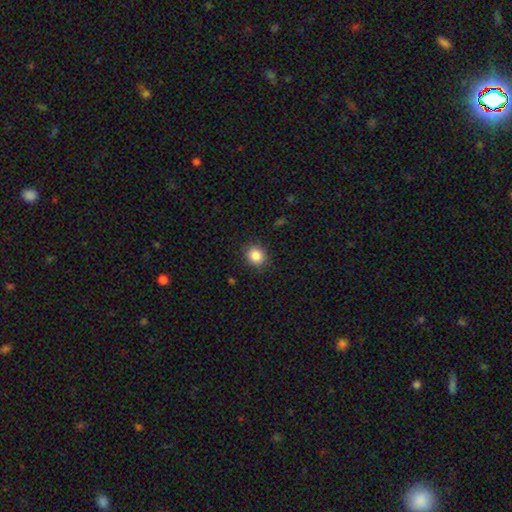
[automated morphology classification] This is clearly a smooth galaxy (86%). How rounded: likely round (72%). Merging: clearly none (88%).